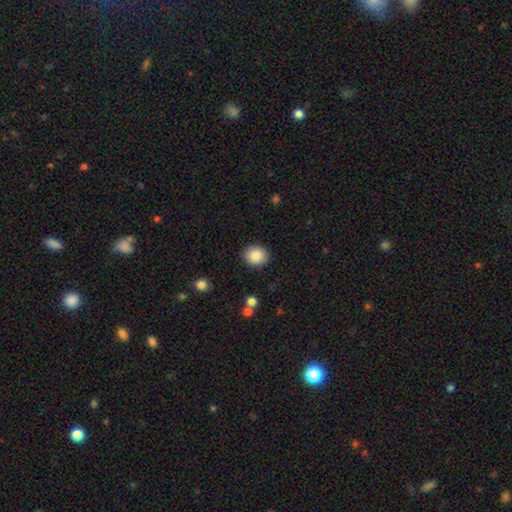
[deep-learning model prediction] Overall: smooth (88%). How rounded: round (72%). Merging: none (90%).